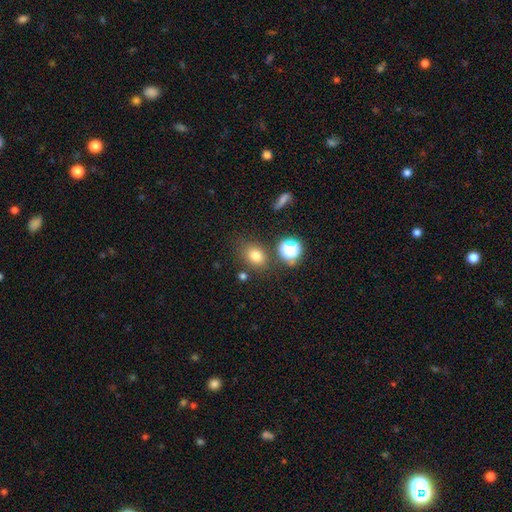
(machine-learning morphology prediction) A smooth galaxy with no disk features (75%) that is in between round and cigar-shaped (53%).

Vote fractions:
- Smooth or featured? smooth: 75% / star or artifact: 17% / featured or disk: 8%
- How rounded? in between: 53% / round: 46% / cigar-shaped: 1%
- Merging? none: 75% / minor disturbance: 12% / merger: 8% / major disturbance: 5%